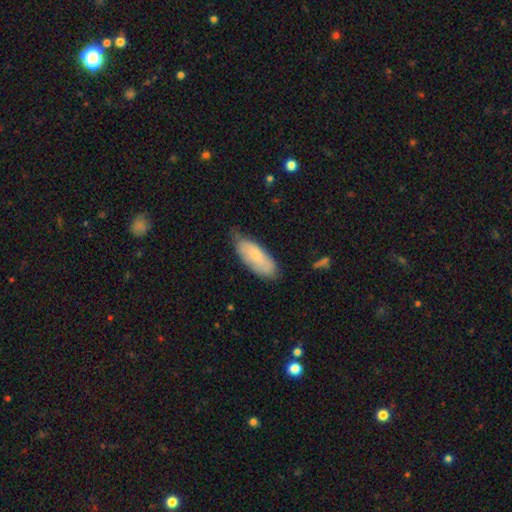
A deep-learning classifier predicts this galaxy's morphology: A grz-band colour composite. It shows a smooth galaxy with no disk features (75%) that is in between round and cigar-shaped (78%). Merging: none (60%).